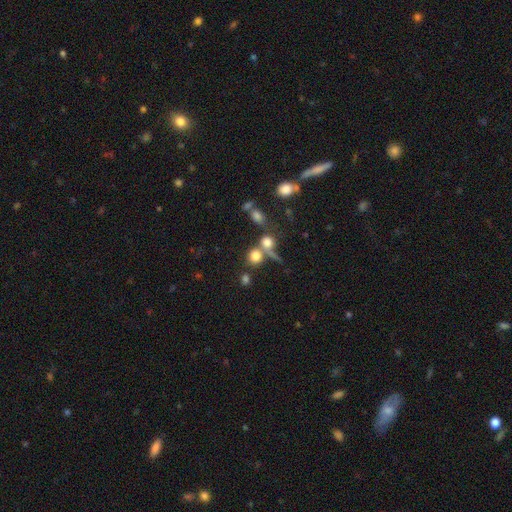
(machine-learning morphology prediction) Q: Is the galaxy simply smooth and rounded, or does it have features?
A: smooth — 75%.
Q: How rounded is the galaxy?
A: round — 82%.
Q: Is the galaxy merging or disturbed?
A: none — 49%.